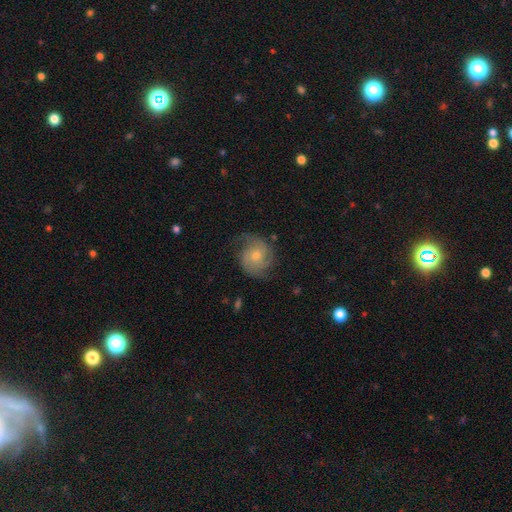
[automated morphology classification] featured or disk 72%, smooth 22%, star or artifact 7%. Down the decision tree: edge-on disk — no (98%); bar — no (73%); spiral arms — yes (93%); spiral arm count — 2 (43%); spiral winding — medium (43%); bulge size — moderate (49%); merging — none (65%).